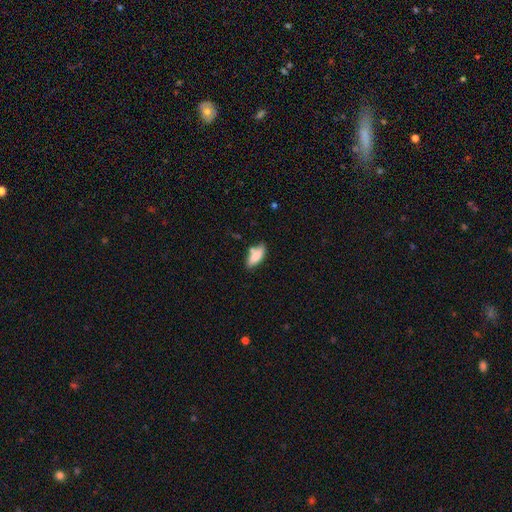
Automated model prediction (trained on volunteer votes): Smooth or featured: smooth — 79% (featured or disk — 14%)
How rounded: in between — 71% (cigar-shaped — 26%)
Merging: none — 66% (minor disturbance — 18%)